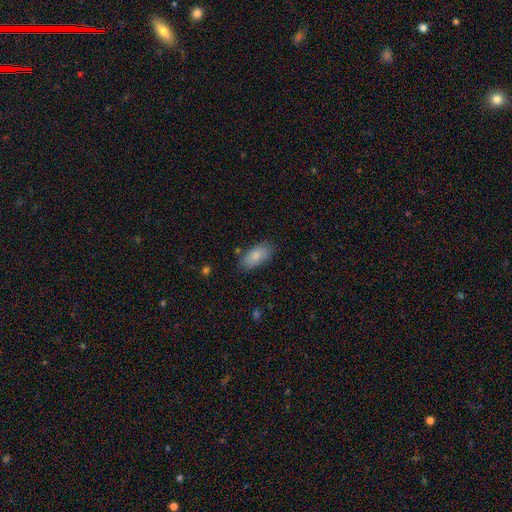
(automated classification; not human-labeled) The model was most divided on "merging": none: 80%, minor disturbance: 14%, major disturbance: 3%, merger: 3%. More confident: how rounded — in between (92%); smooth or featured — smooth (83%).